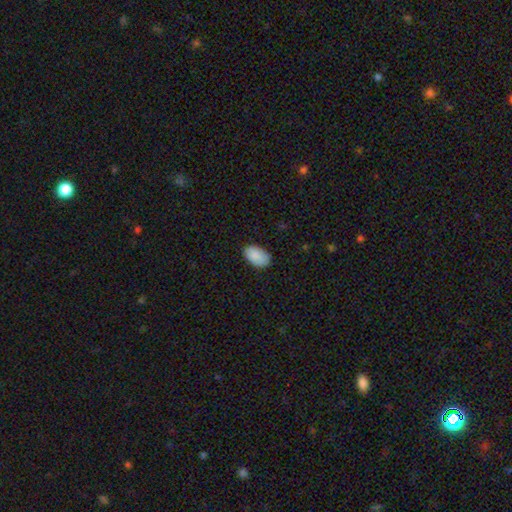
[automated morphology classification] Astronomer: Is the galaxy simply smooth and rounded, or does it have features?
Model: smooth — 89%.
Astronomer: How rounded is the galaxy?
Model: in between — 94%.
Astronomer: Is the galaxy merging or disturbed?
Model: none — 84%.